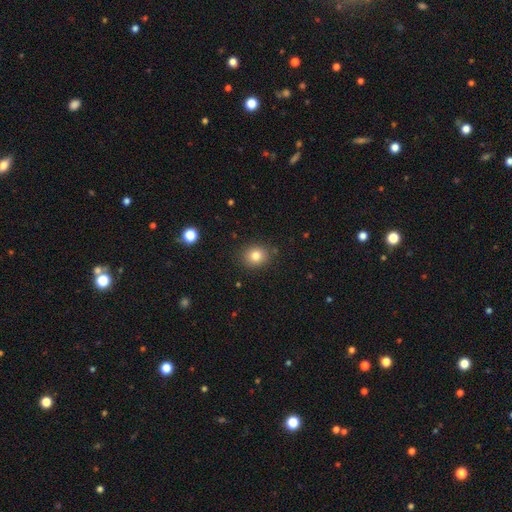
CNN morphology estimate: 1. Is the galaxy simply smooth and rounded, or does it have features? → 80% smooth, 12% star or artifact, 8% featured or disk.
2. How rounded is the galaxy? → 73% round, 26% in between, 1% cigar-shaped.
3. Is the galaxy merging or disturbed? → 87% none, 9% minor disturbance, 2% major disturbance, 2% merger.